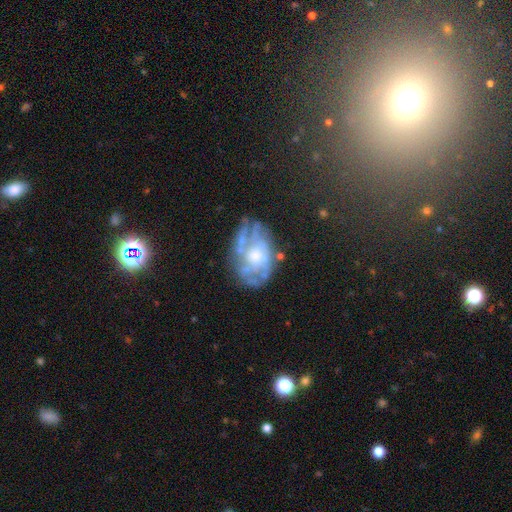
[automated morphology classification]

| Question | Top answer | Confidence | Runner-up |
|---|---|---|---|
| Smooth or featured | featured or disk | 73% | smooth (18%) |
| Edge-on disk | no | 96% | yes (4%) |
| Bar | no | 82% | weak (15%) |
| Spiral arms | yes | 54% | no (46%) |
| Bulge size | moderate | 54% | small (32%) |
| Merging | none | 56% | minor disturbance (22%) |